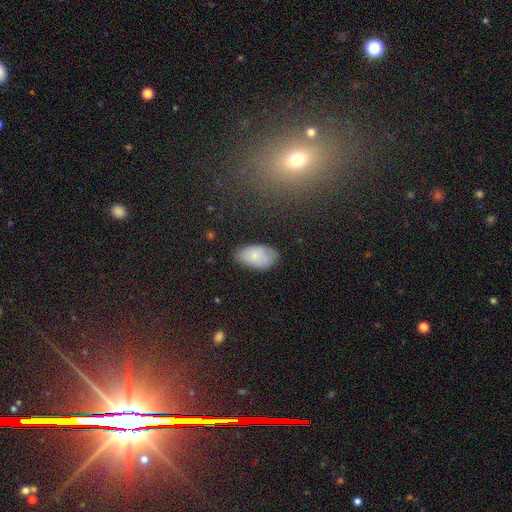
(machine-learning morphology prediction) Smooth or featured: smooth — 76% (featured or disk — 15%)
How rounded: in between — 95% (round — 4%)
Merging: none — 76% (minor disturbance — 19%)